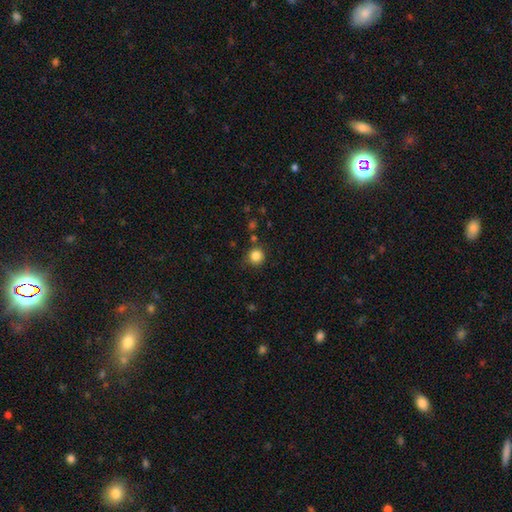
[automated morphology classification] The model was most divided on "smooth or featured": smooth: 84%, star or artifact: 11%, featured or disk: 4%. More confident: how rounded — round (93%); merging — none (84%).